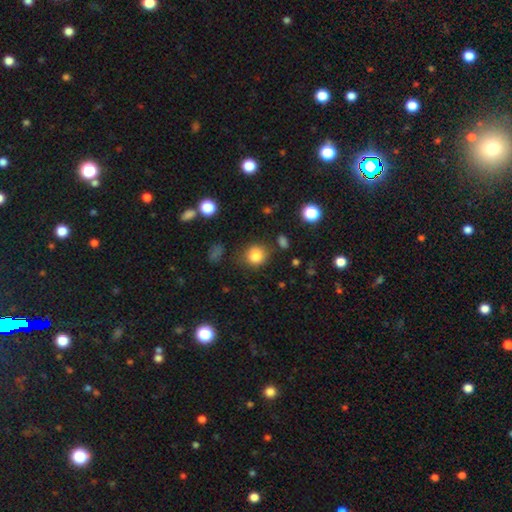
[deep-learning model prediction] Overall: smooth (83%). How rounded: round (84%). Merging: none (78%).